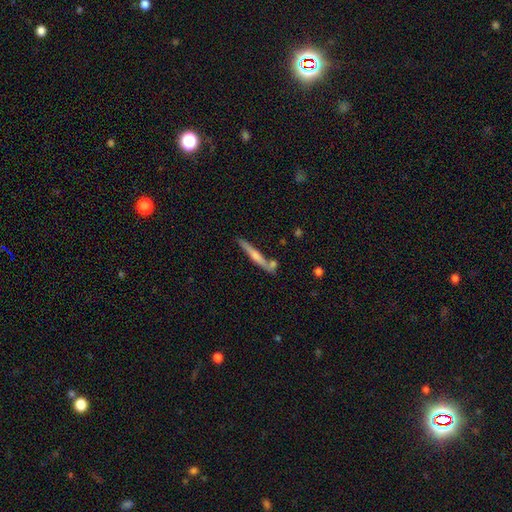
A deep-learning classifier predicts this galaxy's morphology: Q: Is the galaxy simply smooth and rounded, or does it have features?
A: smooth — 51%.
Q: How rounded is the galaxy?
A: cigar-shaped — 94%.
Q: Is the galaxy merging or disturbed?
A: none — 67%.